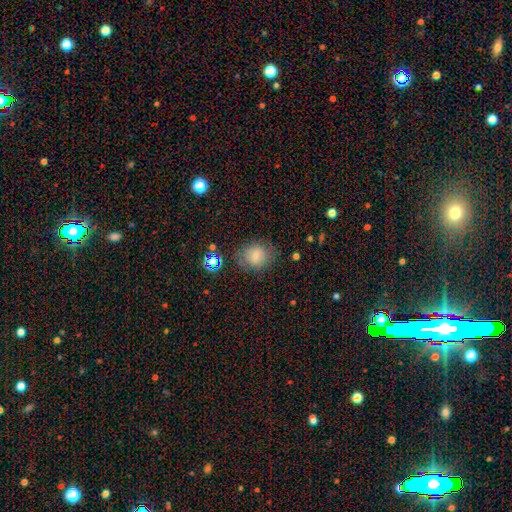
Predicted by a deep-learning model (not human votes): Smooth or featured? Predicted: smooth (p=0.74). How rounded? Predicted: round (p=0.70). Merging? Predicted: none (p=0.74).